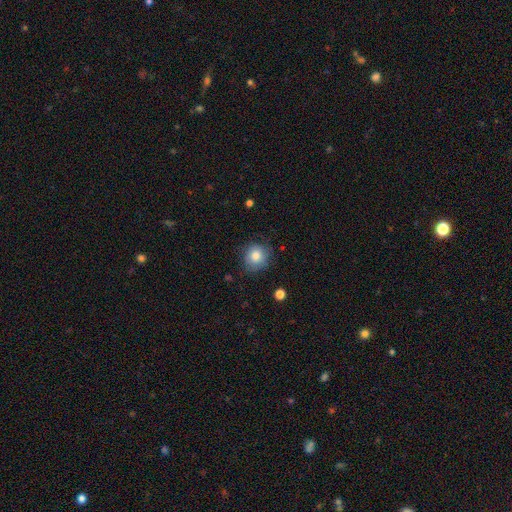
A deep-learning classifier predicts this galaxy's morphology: Smooth or featured: smooth — 81% (featured or disk — 10%)
How rounded: round — 87% (in between — 12%)
Merging: none — 76% (minor disturbance — 18%)